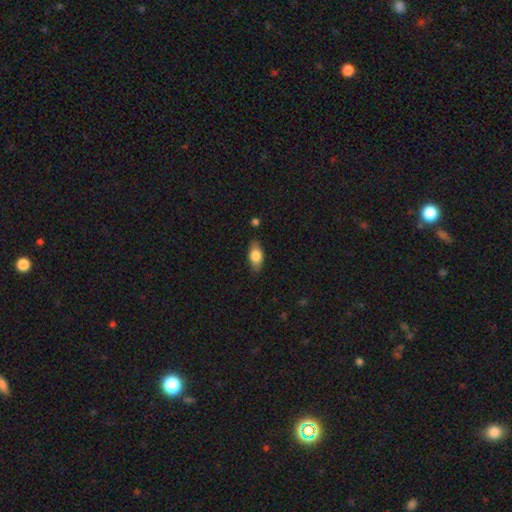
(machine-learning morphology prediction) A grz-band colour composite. It shows a smooth galaxy with no disk features (77%) that is in between round and cigar-shaped (88%). Merging: none (83%).